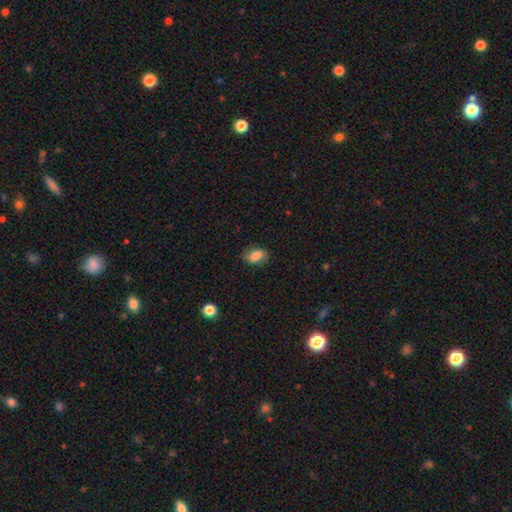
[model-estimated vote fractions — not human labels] smooth 81%, featured or disk 11%, star or artifact 9%. Down the decision tree: how rounded — in between (83%); merging — none (76%).